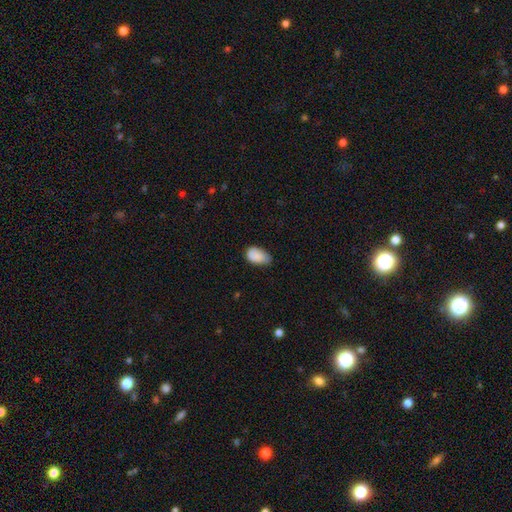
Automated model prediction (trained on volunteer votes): The model was most divided on "merging": none: 51%, minor disturbance: 40%, major disturbance: 8%, merger: 2%. More confident: how rounded — in between (91%); smooth or featured — smooth (85%).